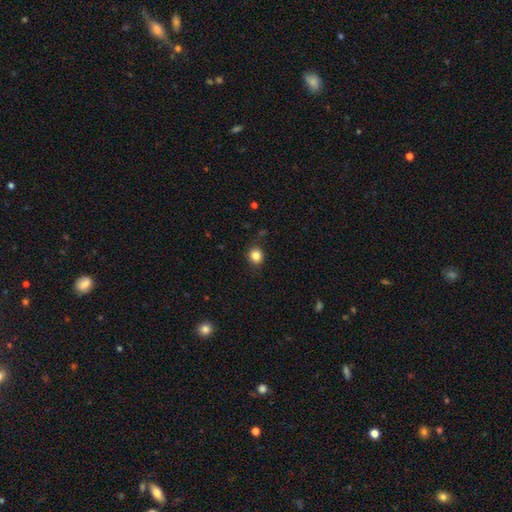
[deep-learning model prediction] Smooth or featured: smooth — 84% (star or artifact — 11%)
How rounded: round — 83% (in between — 16%)
Merging: none — 85% (minor disturbance — 11%)